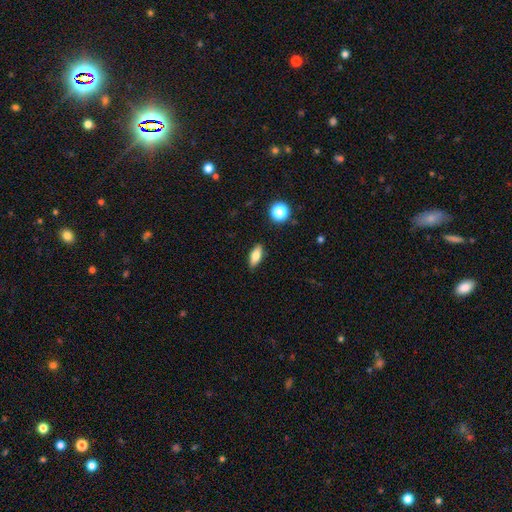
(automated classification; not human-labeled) Smooth or featured: smooth — 74% (featured or disk — 17%)
How rounded: in between — 77% (cigar-shaped — 18%)
Merging: none — 88% (minor disturbance — 9%)